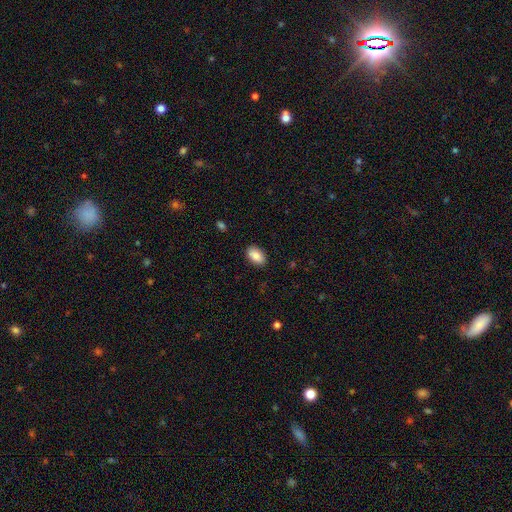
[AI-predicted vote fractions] This appears to be a smooth galaxy with no disk features (86%) that is in between round and cigar-shaped (92%). Merging: none (89%).